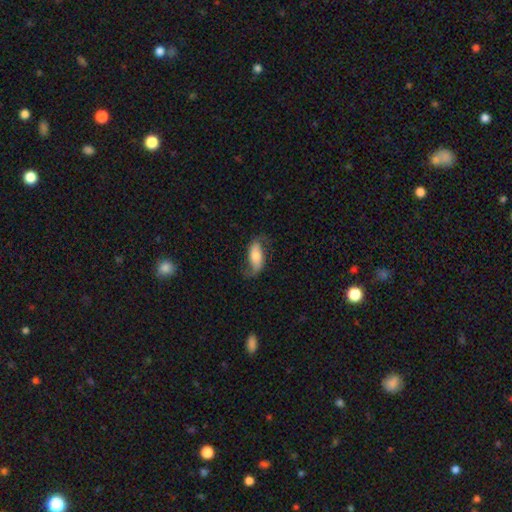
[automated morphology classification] This appears to be a smooth galaxy with no disk features (47%). Merging: none (63%).